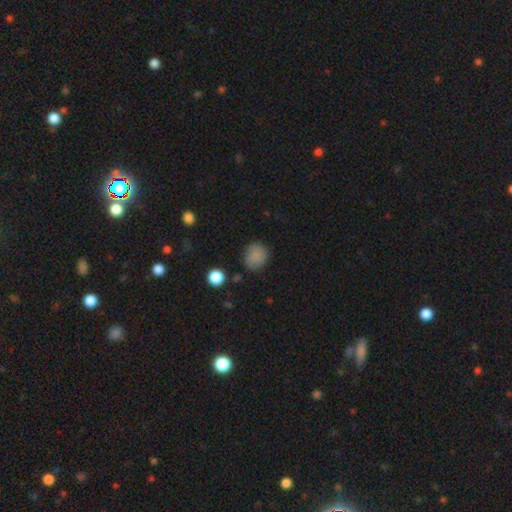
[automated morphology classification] smooth_or_featured: smooth (p=0.83) [alt: star or artifact p=0.11]
how_rounded: round (p=0.82) [alt: in between p=0.17]
merging: none (p=0.75) [alt: minor disturbance p=0.18]